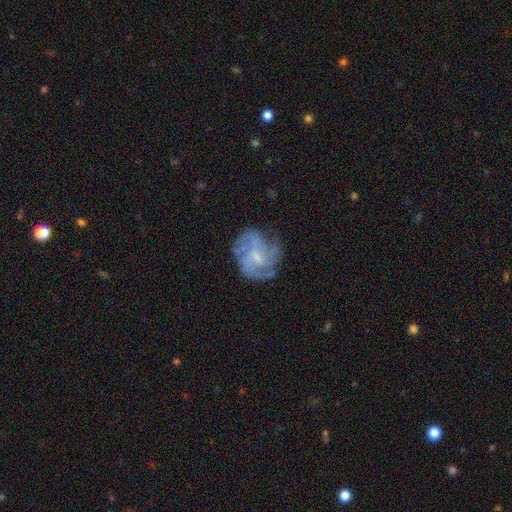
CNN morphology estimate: smooth-or-featured: featured or disk: 74% | smooth: 18% | star or artifact: 8%
  disk-edge-on: no: 98% | yes: 2%
    bar: weak: 49% | no: 42% | strong: 10%
    has-spiral-arms: yes: 83% | no: 17%
      spiral-winding: medium: 43% | tight: 37% | loose: 20%
      spiral-arm-count: can't tell: 33% | 3: 26% | 4: 19% | 2: 11% | more than 4: 5% | 1: 5%
    bulge-size: small: 41% | moderate: 32% | none: 23% | large: 3% | dominant: 1%
  merging: none: 60% | minor disturbance: 21% | major disturbance: 17% | merger: 2%